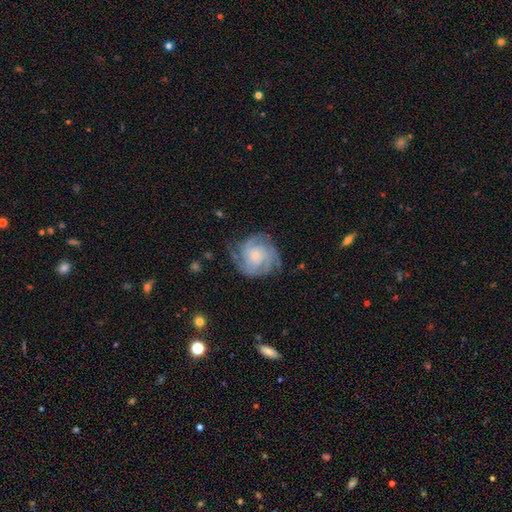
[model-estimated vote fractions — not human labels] A featured or disk galaxy (82%) with no bar (77%), 3 (29%) tight (65%) spiral arms (96%) and a small central bulge (67%).

Vote fractions:
- Smooth or featured? featured or disk: 82% / smooth: 12% / star or artifact: 6%
- Edge-on disk? no: 98% / yes: 2%
- Bar? no: 77% / weak: 20% / strong: 3%
- Spiral arms? yes: 96% / no: 4%
- Spiral winding? tight: 65% / medium: 29% / loose: 7%
- Spiral arm count? 3: 29% / can't tell: 24% / 4: 19% / 2: 15% / more than 4: 7% / 1: 6%
- Bulge size? small: 67% / moderate: 25% / none: 5% / large: 3% / dominant: 1%
- Merging? none: 71% / minor disturbance: 19% / major disturbance: 9% / merger: 1%